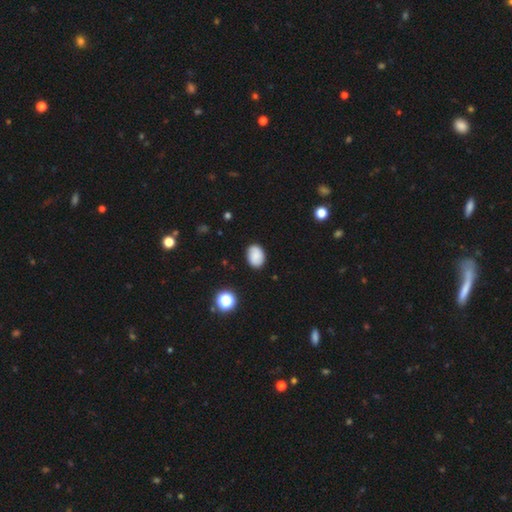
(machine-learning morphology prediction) The model was most divided on "how rounded": in between: 72%, round: 27%, cigar-shaped: 1%. More confident: merging — none (84%); smooth or featured — smooth (78%).